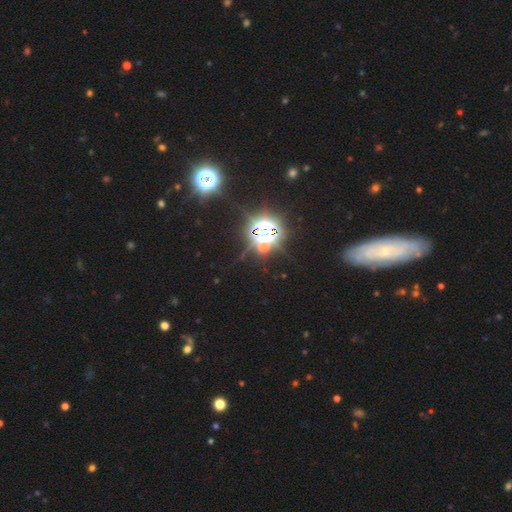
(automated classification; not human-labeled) Smooth or featured: star or artifact — 65% (smooth — 22%)